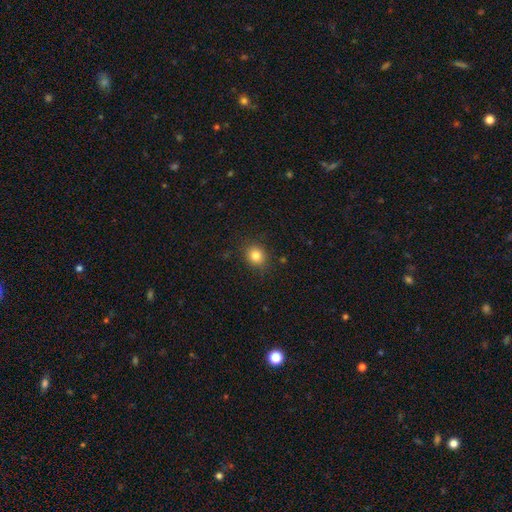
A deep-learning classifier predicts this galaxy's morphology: This appears to be a smooth galaxy with no disk features (83%) that is round (74%). Merging: none (87%).